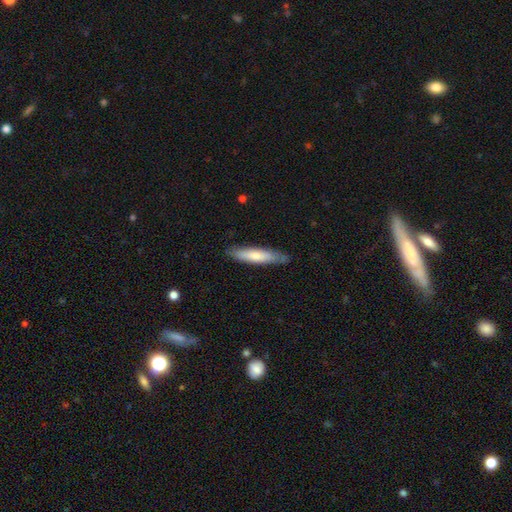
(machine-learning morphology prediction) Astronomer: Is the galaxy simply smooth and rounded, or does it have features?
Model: smooth — 68%.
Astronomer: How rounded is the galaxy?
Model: cigar-shaped — 81%.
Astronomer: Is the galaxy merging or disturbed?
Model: none — 81%.